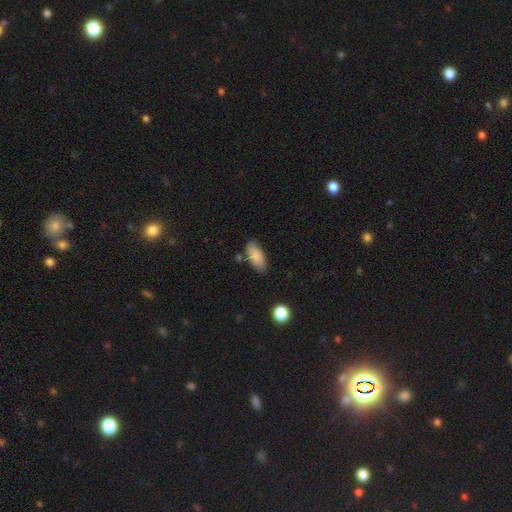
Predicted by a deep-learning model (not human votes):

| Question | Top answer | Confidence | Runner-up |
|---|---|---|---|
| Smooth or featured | smooth | 85% | featured or disk (8%) |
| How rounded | in between | 86% | cigar-shaped (11%) |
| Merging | none | 75% | minor disturbance (17%) |